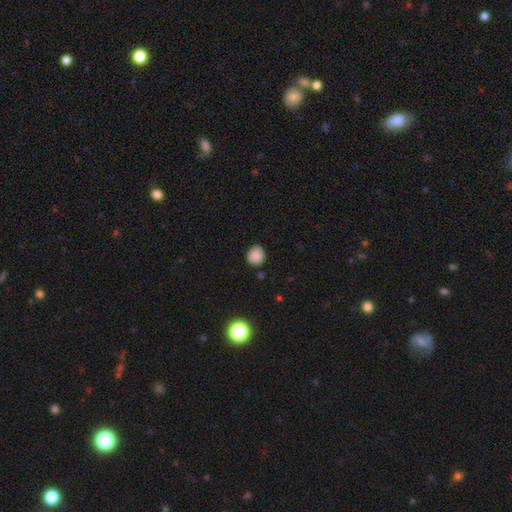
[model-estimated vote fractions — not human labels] Q: Smooth or featured?
A: smooth (86%); runner-up: star or artifact (10%)
Q: How rounded?
A: round (80%); runner-up: in between (19%)
Q: Merging?
A: none (85%); runner-up: minor disturbance (11%)